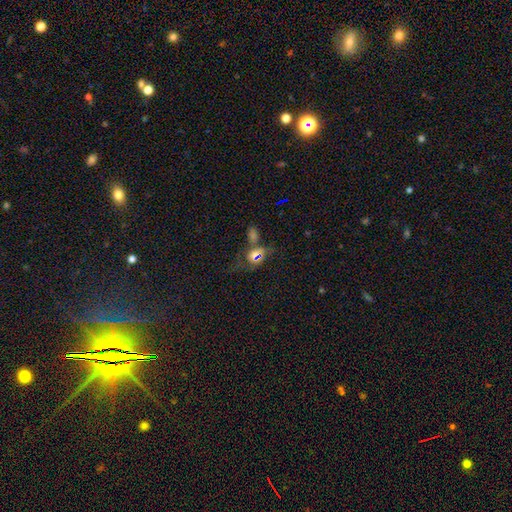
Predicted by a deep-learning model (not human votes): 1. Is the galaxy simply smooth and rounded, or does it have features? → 45% smooth, 36% star or artifact, 19% featured or disk.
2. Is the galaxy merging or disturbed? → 39% none, 28% merger, 18% major disturbance, 16% minor disturbance.